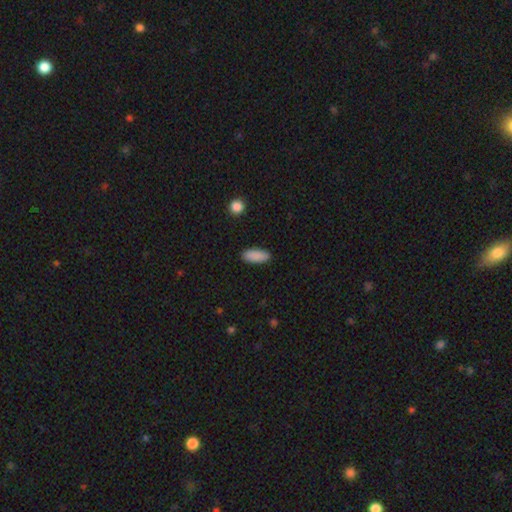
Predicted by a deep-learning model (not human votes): This appears to be a smooth galaxy with no disk features (90%) that is in between round and cigar-shaped (78%). Merging: none (89%).